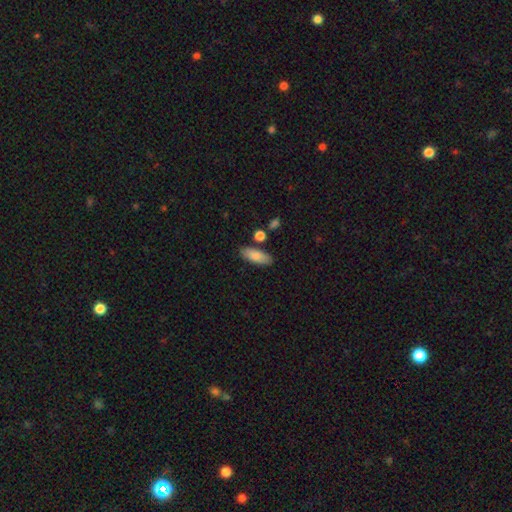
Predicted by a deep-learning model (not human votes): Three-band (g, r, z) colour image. It shows a smooth galaxy with no disk features (84%) that is in between round and cigar-shaped (78%). Merging: none (81%).